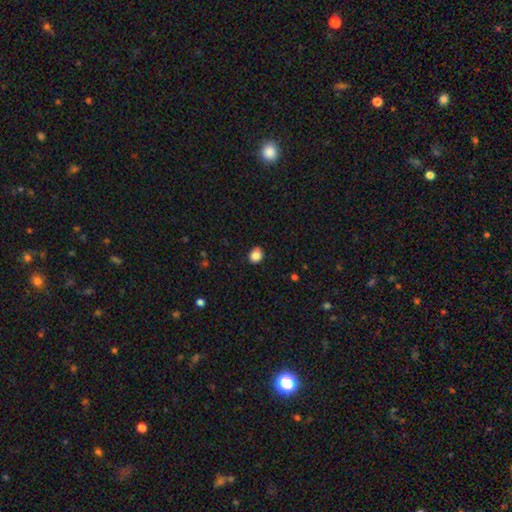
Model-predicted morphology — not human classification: A smooth galaxy with no disk features (87%) that is round (55%).

Vote fractions:
- Smooth or featured? smooth: 87% / star or artifact: 9% / featured or disk: 4%
- How rounded? round: 55% / in between: 45% / cigar-shaped: 1%
- Merging? none: 88% / minor disturbance: 9% / major disturbance: 2% / merger: 1%